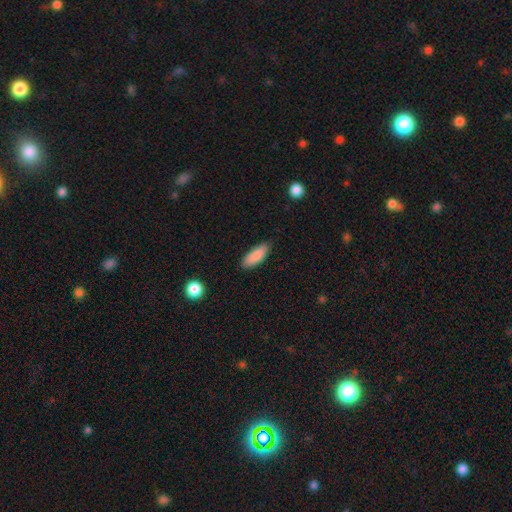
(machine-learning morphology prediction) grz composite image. It shows a smooth galaxy with no disk features (88%) that is in between round and cigar-shaped (73%). Merging: none (83%).